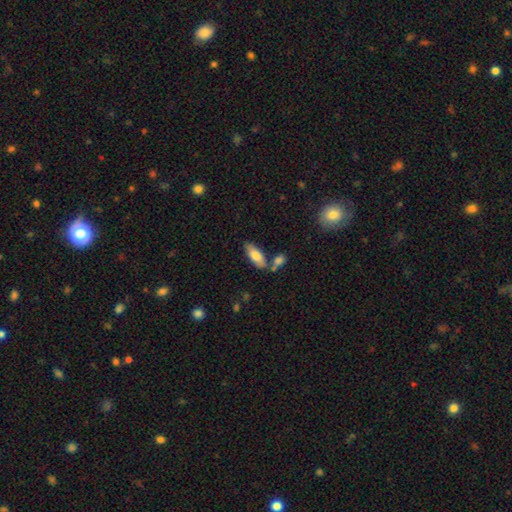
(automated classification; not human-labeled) Smooth or featured: smooth — 78% (featured or disk — 16%)
How rounded: in between — 74% (cigar-shaped — 24%)
Merging: none — 66% (merger — 16%)